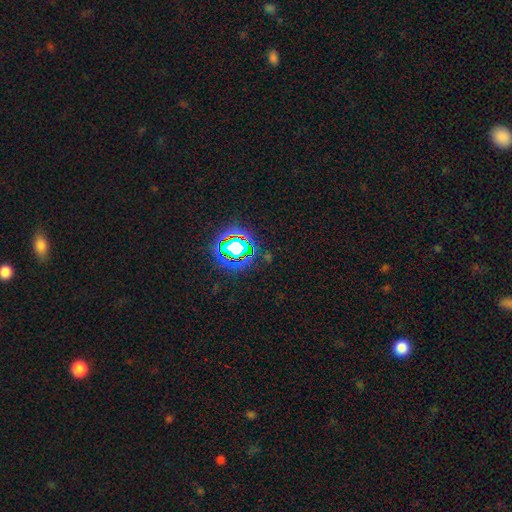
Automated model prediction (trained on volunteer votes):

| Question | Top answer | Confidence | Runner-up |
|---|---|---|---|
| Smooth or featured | star or artifact | 80% | smooth (13%) |